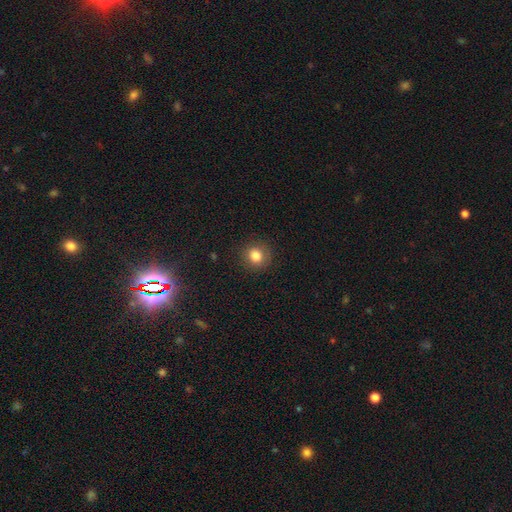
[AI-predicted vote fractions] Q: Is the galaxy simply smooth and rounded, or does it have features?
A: smooth — 82%.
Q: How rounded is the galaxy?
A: round — 85%.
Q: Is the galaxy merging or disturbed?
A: none — 88%.